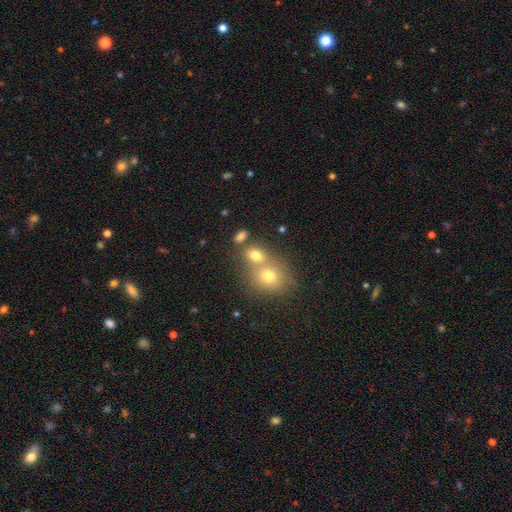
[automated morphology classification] Smooth or featured? smooth (75%)
How rounded? in between (51%)
Merging? merger (49%)